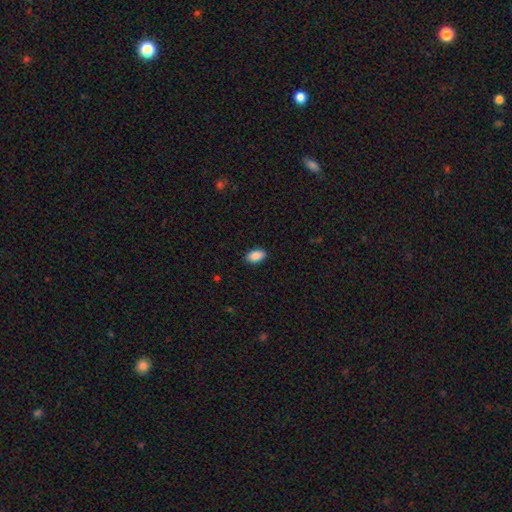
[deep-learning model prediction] smooth_or_featured: smooth (p=0.89) [alt: star or artifact p=0.07]
how_rounded: in between (p=0.93) [alt: round p=0.05]
merging: none (p=0.89) [alt: minor disturbance p=0.08]